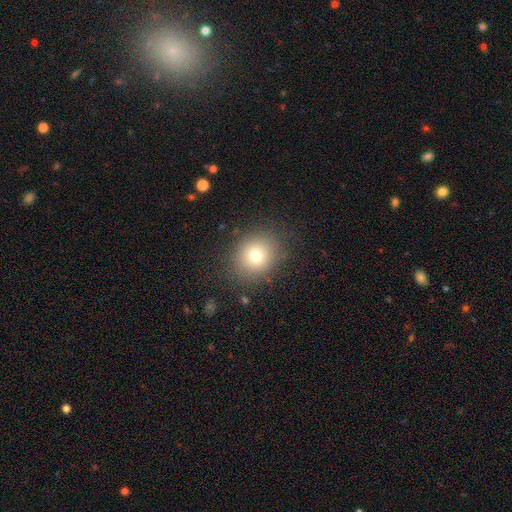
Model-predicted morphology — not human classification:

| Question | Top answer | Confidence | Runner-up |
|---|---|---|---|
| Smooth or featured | smooth | 74% | star or artifact (14%) |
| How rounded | round | 73% | in between (26%) |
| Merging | none | 84% | minor disturbance (10%) |